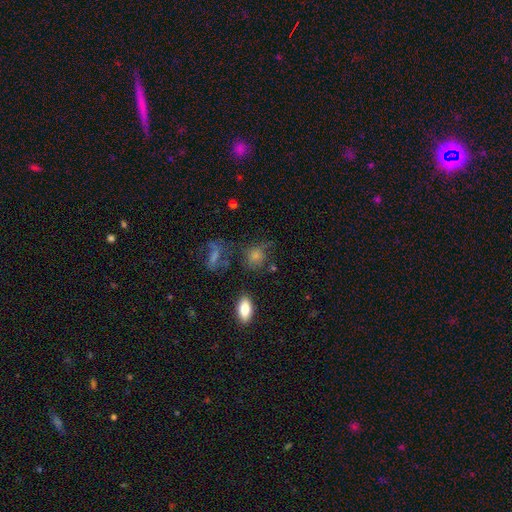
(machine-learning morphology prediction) The model was most divided on "merging": none: 54%, minor disturbance: 21%, major disturbance: 16%, merger: 9%. More confident: smooth or featured — smooth (71%); how rounded — round (68%).